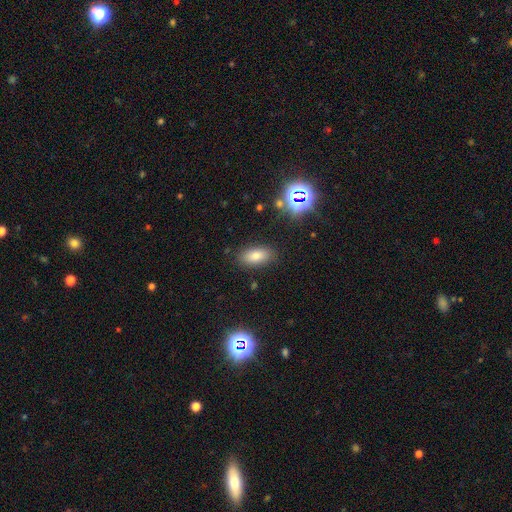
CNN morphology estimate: smooth-or-featured: smooth: 74% | star or artifact: 15% | featured or disk: 11%
  how-rounded: in between: 88% | cigar-shaped: 6% | round: 6%
  merging: none: 86% | minor disturbance: 10% | major disturbance: 3% | merger: 2%